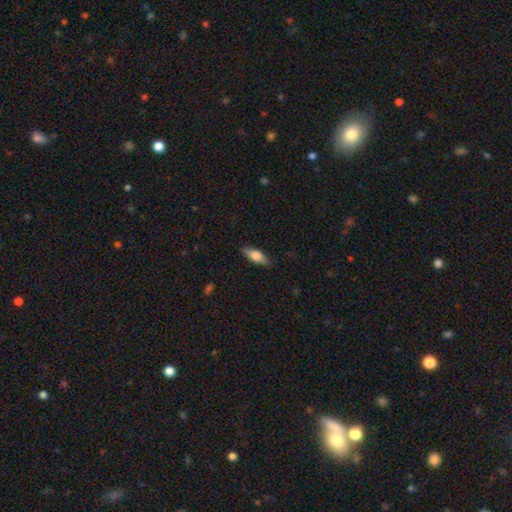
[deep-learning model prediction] Q: Smooth or featured?
A: smooth (72%); runner-up: featured or disk (22%)
Q: How rounded?
A: in between (69%); runner-up: cigar-shaped (28%)
Q: Merging?
A: none (86%); runner-up: minor disturbance (11%)